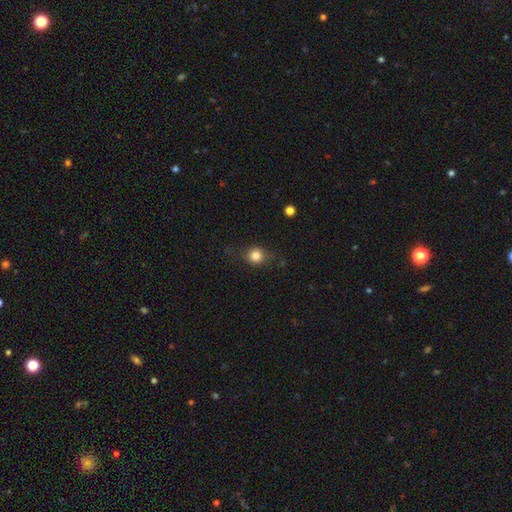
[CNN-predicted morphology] Smooth or featured? smooth (82%)
How rounded? round (81%)
Merging? none (76%)